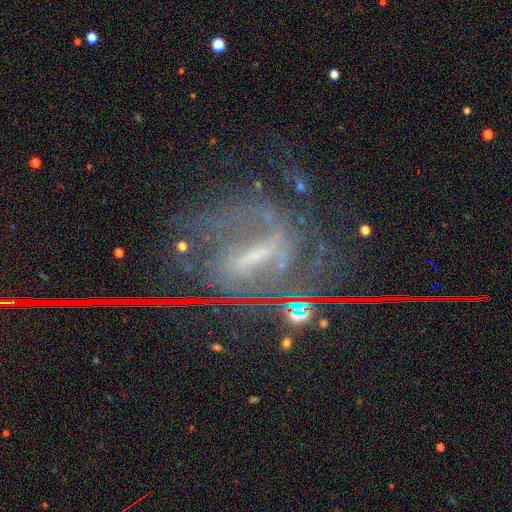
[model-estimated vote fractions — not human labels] Smooth or featured? Predicted: featured or disk (p=0.70). Edge-on disk? Predicted: no (p=0.88). Bar? Predicted: strong (p=0.57). Spiral arms? Predicted: yes (p=0.75). Bulge size? Predicted: small (p=0.40). Merging? Predicted: none (p=0.50).